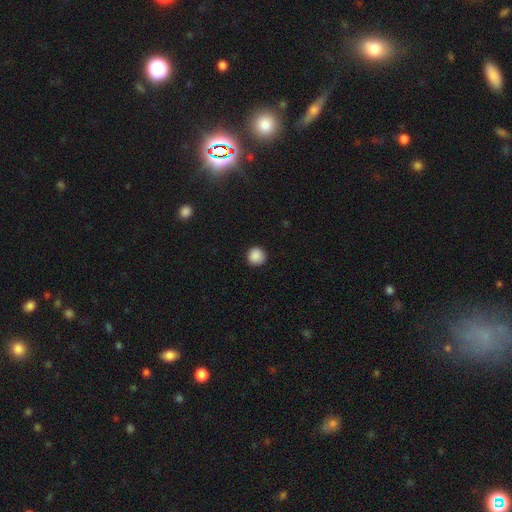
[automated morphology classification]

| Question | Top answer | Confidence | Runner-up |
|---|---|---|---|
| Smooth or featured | smooth | 89% | star or artifact (9%) |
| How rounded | round | 94% | in between (5%) |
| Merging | none | 91% | minor disturbance (6%) |